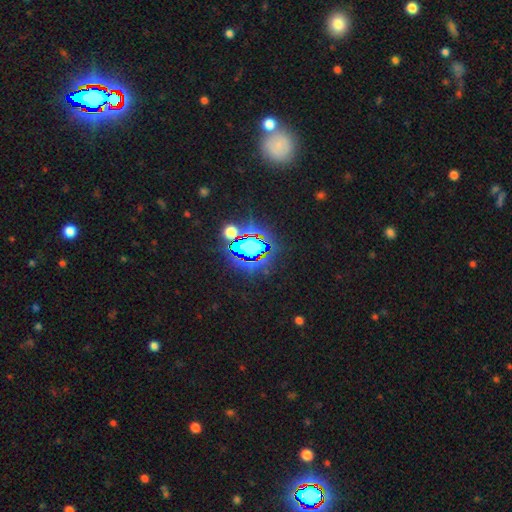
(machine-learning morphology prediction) A star or artifact, not a galaxy (81%).